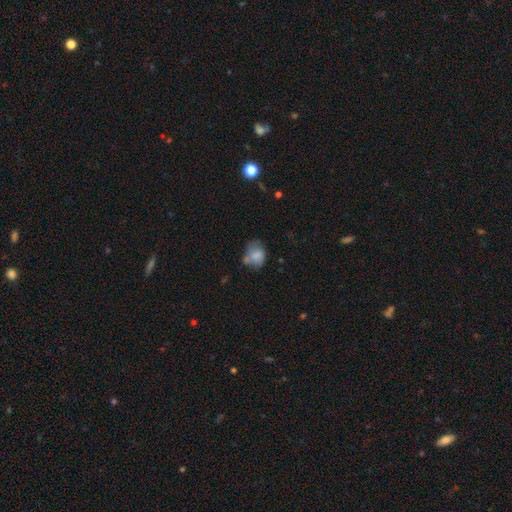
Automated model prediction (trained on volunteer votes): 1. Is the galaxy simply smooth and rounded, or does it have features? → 73% smooth, 17% featured or disk, 10% star or artifact.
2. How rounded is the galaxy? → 55% in between, 44% round, 1% cigar-shaped.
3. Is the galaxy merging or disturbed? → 40% none, 30% minor disturbance, 15% major disturbance, 15% merger.